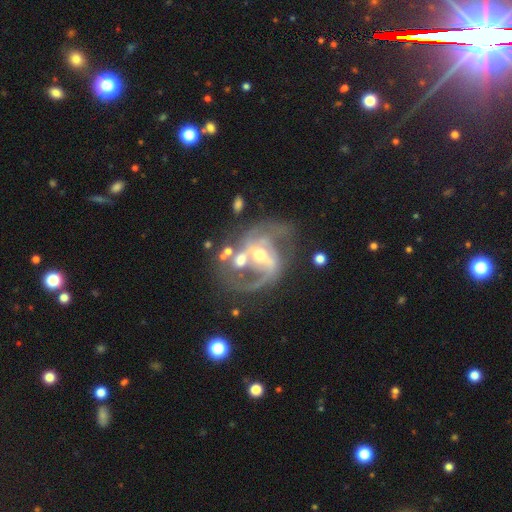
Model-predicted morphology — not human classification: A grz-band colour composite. It shows a featured or disk galaxy (88%) with a weak bar (41%), 2 (73%) medium (52%) spiral arms (94%) and a moderate central bulge (57%). Merging: none (45%).